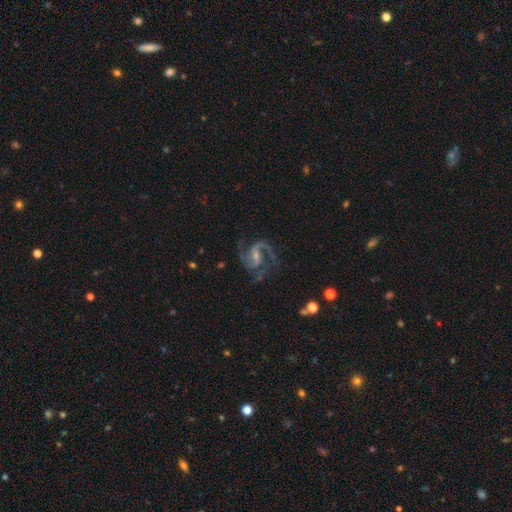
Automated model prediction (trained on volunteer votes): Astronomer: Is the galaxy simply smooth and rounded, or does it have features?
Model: featured or disk — 92%.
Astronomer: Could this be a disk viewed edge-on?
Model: no — 98%.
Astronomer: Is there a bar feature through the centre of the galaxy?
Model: weak — 50% (runner-up: strong, 29%).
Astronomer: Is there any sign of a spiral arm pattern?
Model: yes — 98%.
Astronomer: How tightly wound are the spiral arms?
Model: medium — 62%.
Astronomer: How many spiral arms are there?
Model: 2 — 76%.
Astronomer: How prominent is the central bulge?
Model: small — 57% (runner-up: moderate, 32%).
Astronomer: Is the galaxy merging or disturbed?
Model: none — 67%.